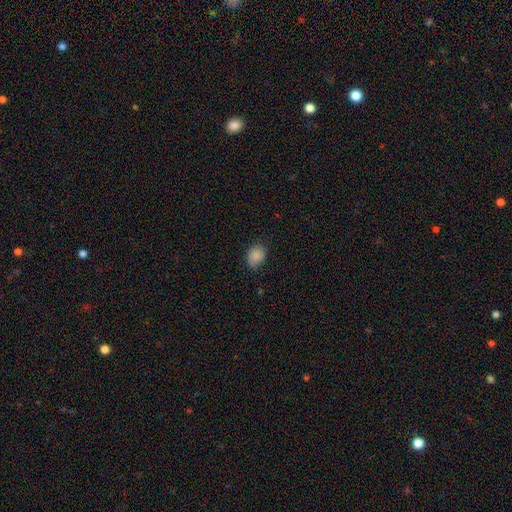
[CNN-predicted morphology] Overall: smooth (86%). How rounded: in between (63%; round 36%). Merging: none (75%).